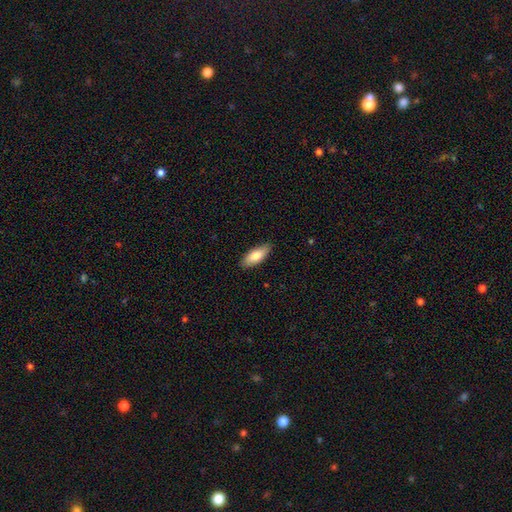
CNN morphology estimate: Smooth or featured? Predicted: smooth (p=0.80). How rounded? Predicted: in between (p=0.77). Merging? Predicted: none (p=0.86).